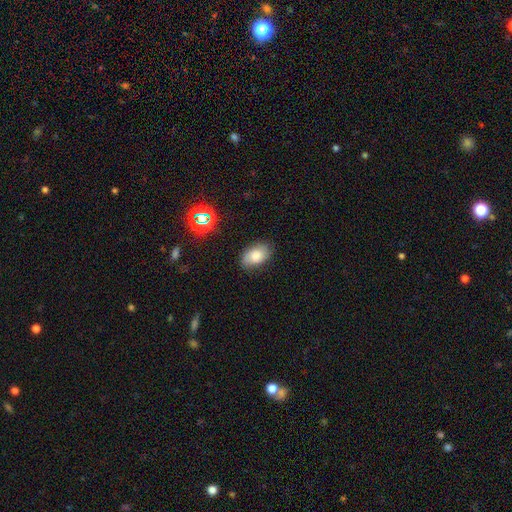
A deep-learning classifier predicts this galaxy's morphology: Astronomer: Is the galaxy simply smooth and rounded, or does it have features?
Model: smooth — 70%.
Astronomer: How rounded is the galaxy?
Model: in between — 89%.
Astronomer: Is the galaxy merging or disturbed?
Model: none — 75%.